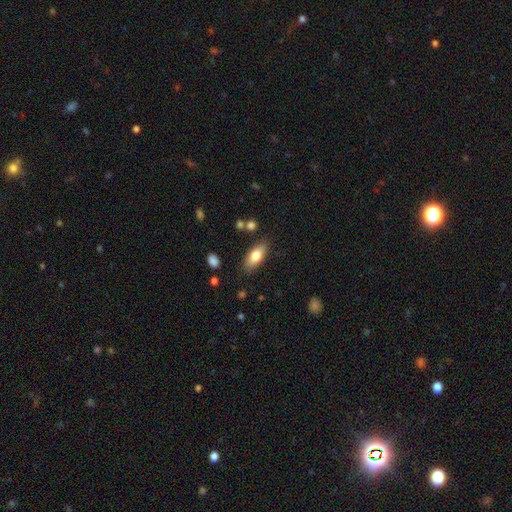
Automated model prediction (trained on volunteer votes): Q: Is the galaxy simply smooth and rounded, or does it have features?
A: smooth — 77%.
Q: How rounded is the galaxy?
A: in between — 82%.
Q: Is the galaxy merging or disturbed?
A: none — 82%.